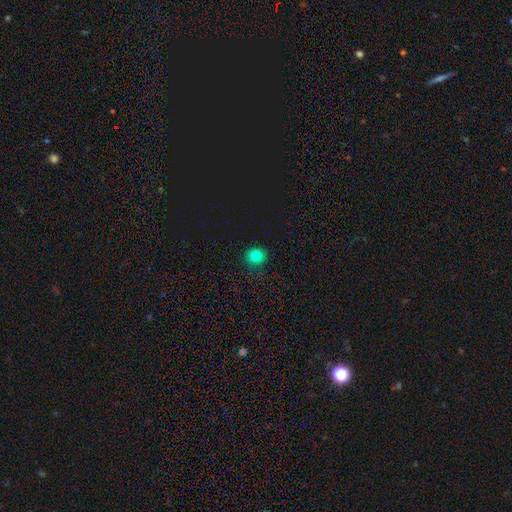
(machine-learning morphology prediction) This appears to be a smooth galaxy with no disk features (82%) that is round (88%). Merging: none (86%).